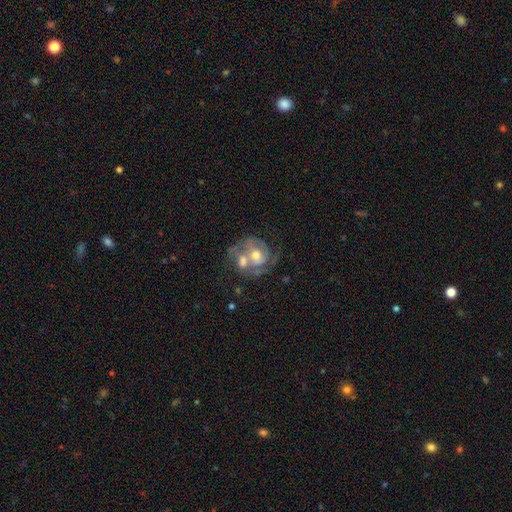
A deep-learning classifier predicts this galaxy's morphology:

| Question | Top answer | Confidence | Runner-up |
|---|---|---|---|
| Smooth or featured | featured or disk | 77% | smooth (17%) |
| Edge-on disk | no | 98% | yes (2%) |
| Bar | no | 71% | weak (24%) |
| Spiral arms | yes | 83% | no (17%) |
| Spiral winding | tight | 48% | medium (38%) |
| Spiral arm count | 2 | 51% | can't tell (23%) |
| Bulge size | moderate | 71% | small (17%) |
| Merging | merger | 48% | none (29%) |